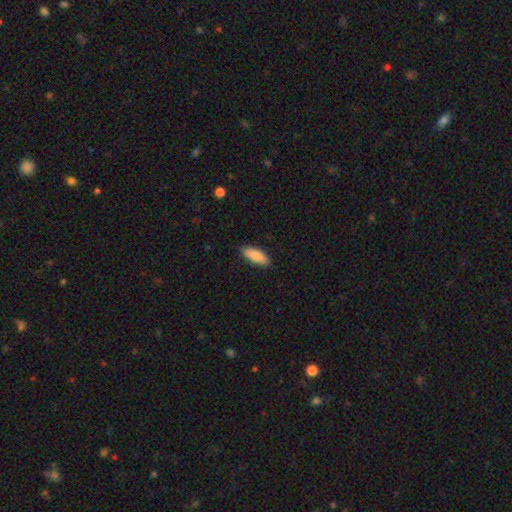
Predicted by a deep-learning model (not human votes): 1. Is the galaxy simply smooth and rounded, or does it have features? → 86% smooth, 8% featured or disk, 6% star or artifact.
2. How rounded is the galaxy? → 68% in between, 30% cigar-shaped, 2% round.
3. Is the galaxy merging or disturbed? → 87% none, 10% minor disturbance, 2% major disturbance, 1% merger.